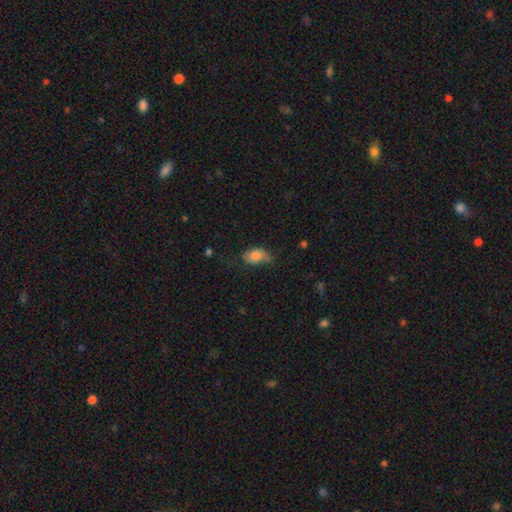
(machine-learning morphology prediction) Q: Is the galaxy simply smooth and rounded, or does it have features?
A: smooth — 78%.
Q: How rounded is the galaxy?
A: in between — 89%.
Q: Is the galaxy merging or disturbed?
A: none — 48%.